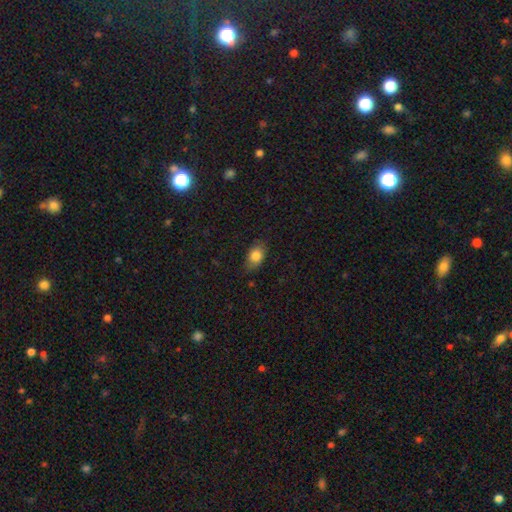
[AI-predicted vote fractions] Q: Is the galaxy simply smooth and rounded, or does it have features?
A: smooth — 82%.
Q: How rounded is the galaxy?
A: in between — 82%.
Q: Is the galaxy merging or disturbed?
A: none — 76%.